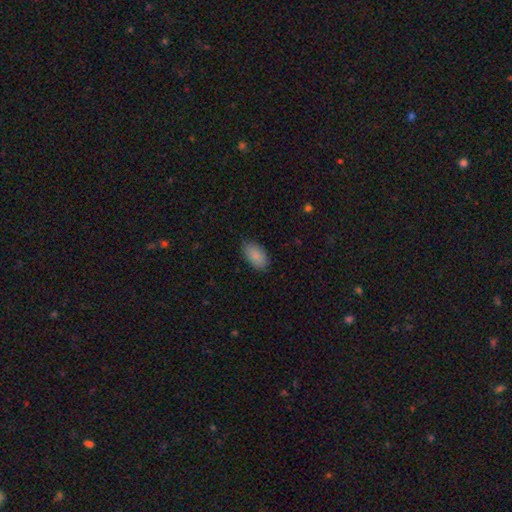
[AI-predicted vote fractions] smooth_or_featured: smooth (p=0.88) [alt: star or artifact p=0.07]
how_rounded: in between (p=0.94) [alt: round p=0.04]
merging: none (p=0.84) [alt: minor disturbance p=0.13]